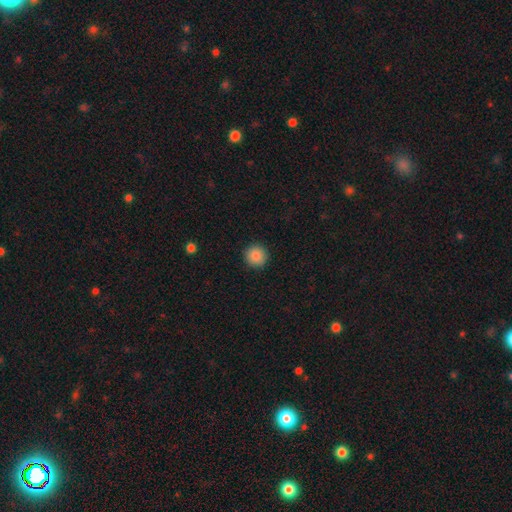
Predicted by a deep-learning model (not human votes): The model was most divided on "smooth or featured": smooth: 87%, star or artifact: 9%, featured or disk: 4%. More confident: how rounded — round (95%); merging — none (92%).